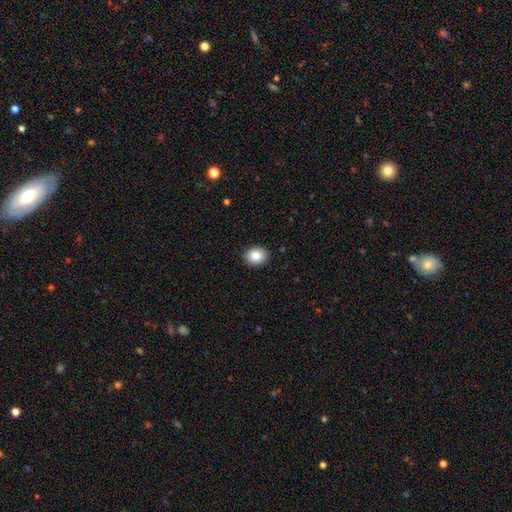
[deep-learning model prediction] Smooth or featured? smooth (84%)
How rounded? round (52%)
Merging? none (91%)